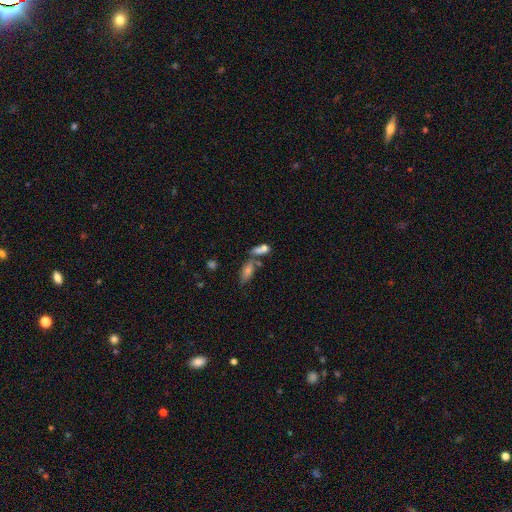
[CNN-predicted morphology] star or artifact 44%, smooth 36%, featured or disk 20%.